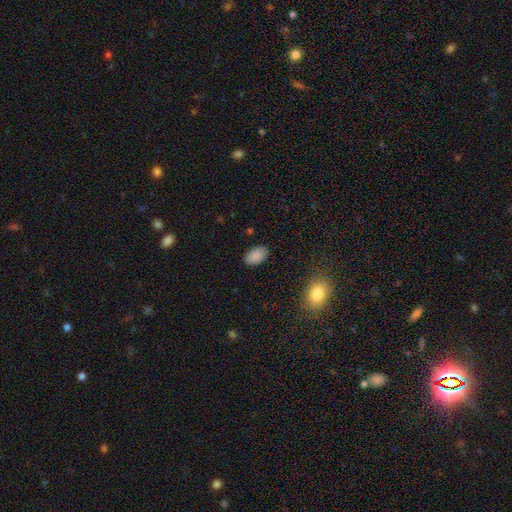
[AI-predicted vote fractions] Smooth or featured: smooth — 88% (star or artifact — 8%)
How rounded: in between — 94% (round — 5%)
Merging: none — 87% (minor disturbance — 10%)